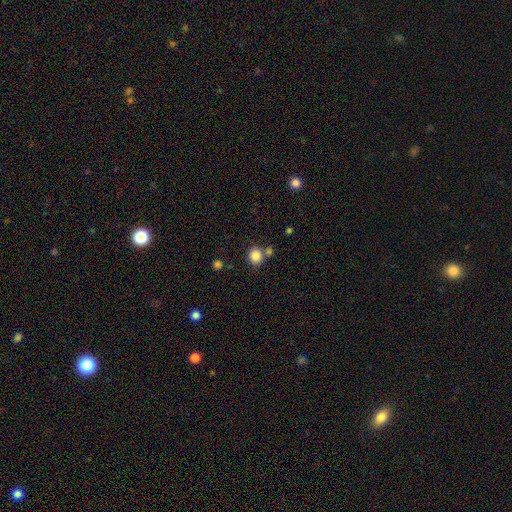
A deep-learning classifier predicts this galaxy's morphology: This is clearly a smooth galaxy (86%). How rounded: clearly round (82%). Merging: likely none (68%).